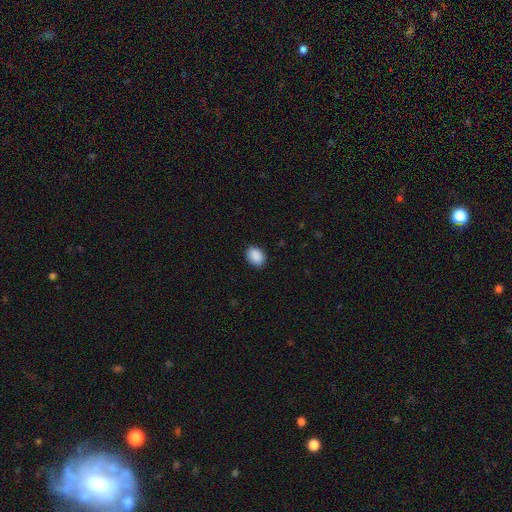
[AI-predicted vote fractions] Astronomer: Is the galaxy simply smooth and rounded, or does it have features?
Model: smooth — 90%.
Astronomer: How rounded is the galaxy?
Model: in between — 71%.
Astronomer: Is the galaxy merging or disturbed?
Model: none — 89%.